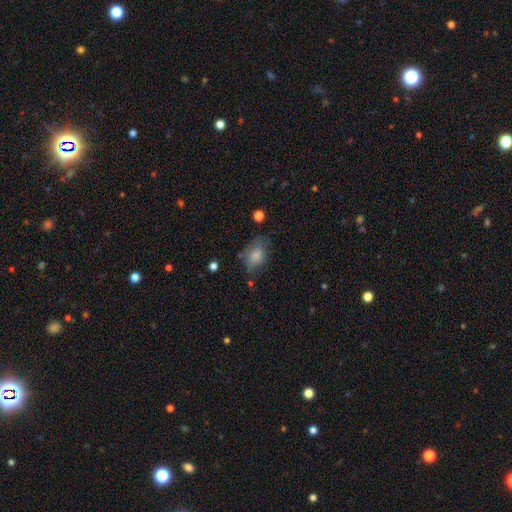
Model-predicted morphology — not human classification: Smooth or featured? smooth (80%)
How rounded? in between (80%)
Merging? none (54%)